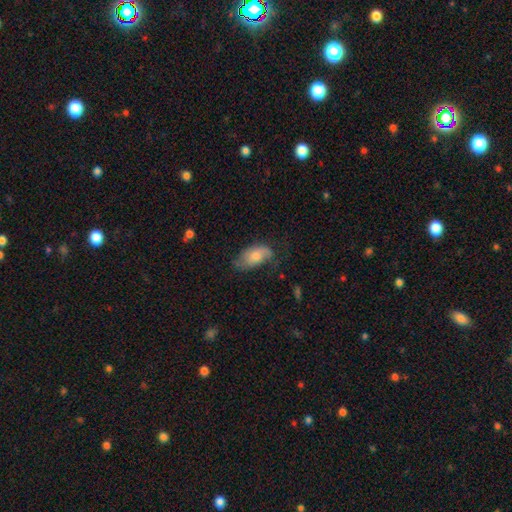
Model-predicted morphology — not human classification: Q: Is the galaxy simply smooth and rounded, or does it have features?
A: smooth — 59%.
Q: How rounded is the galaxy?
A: in between — 91%.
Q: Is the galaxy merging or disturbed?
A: none — 53%.